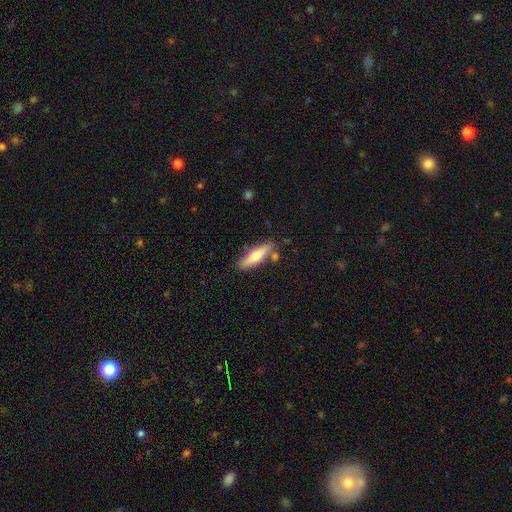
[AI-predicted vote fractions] Smooth or featured?
  - smooth: 57% *
  - featured or disk: 38%
  - star or artifact: 6%
How rounded?
  - cigar-shaped: 65% *
  - in between: 33%
  - round: 2%
Merging?
  - none: 79% *
  - minor disturbance: 12%
  - merger: 7%
  - major disturbance: 3%